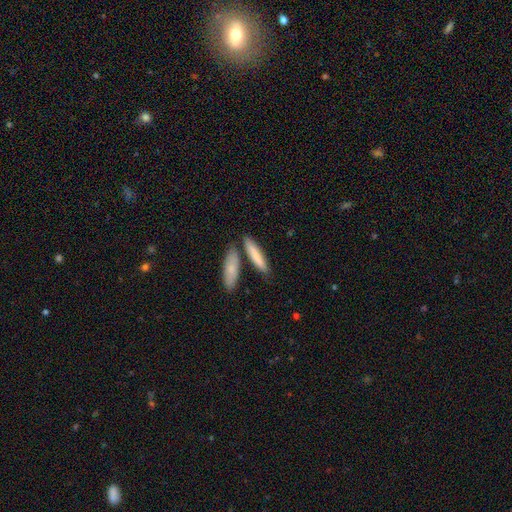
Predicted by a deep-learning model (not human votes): Smooth or featured? Predicted: smooth (p=0.79). How rounded? Predicted: cigar-shaped (p=0.80). Merging? Predicted: none (p=0.72).